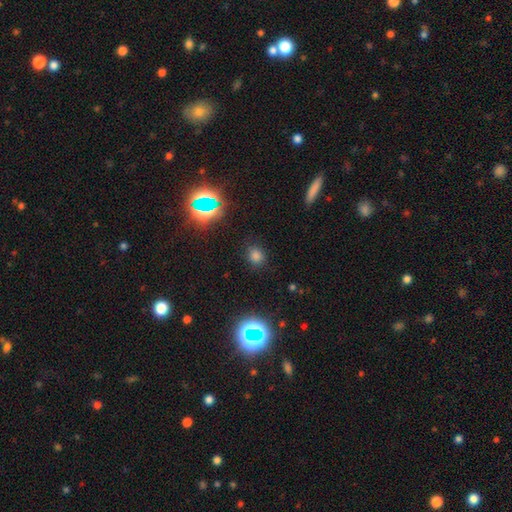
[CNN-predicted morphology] The model was most divided on "smooth or featured": smooth: 71%, star or artifact: 24%, featured or disk: 5%. More confident: merging — none (85%); how rounded — round (74%).